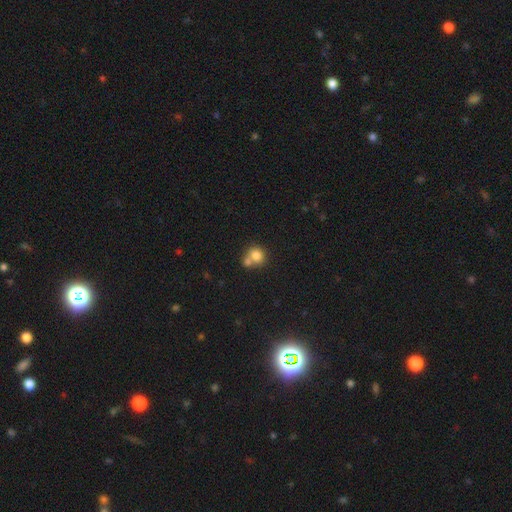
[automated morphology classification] A smooth galaxy with no disk features (78%) that is round (75%). Merging: merger (49%).